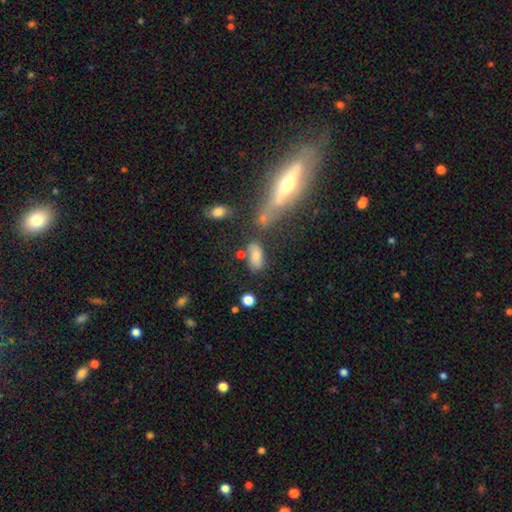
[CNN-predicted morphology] type=smooth (75%); roundness=in between (88%); merging=none (58%).